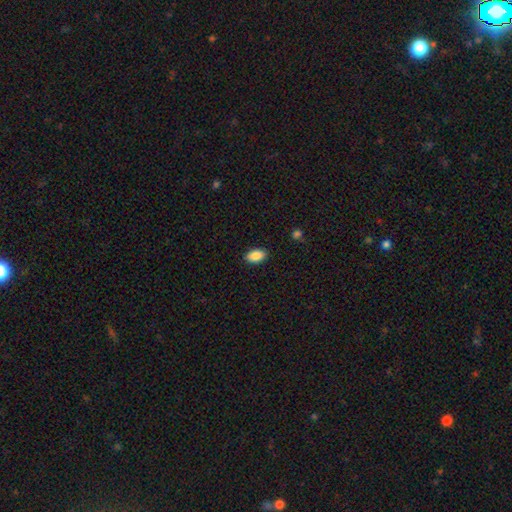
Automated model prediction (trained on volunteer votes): Q: Smooth or featured?
A: smooth (89%); runner-up: star or artifact (7%)
Q: How rounded?
A: in between (92%); runner-up: round (6%)
Q: Merging?
A: none (88%); runner-up: minor disturbance (9%)